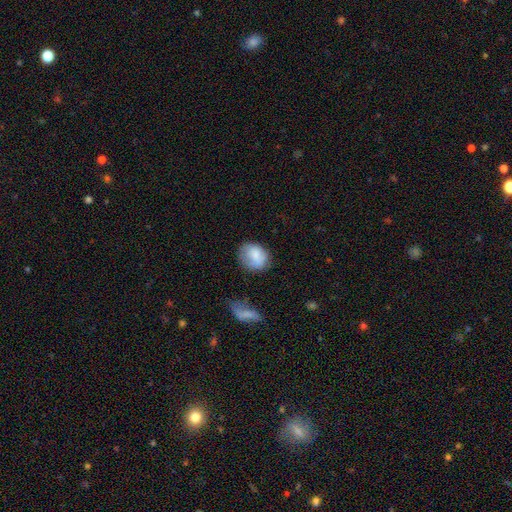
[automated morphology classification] type=smooth (77%); roundness=round (57%); merging=none (60%).